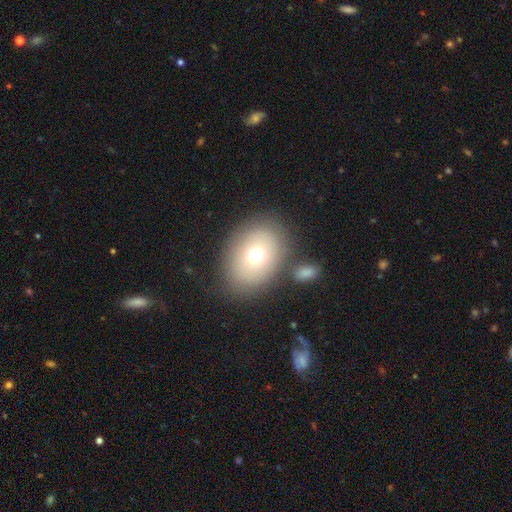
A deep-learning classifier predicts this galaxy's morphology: A smooth galaxy with no disk features (71%) that is in between round and cigar-shaped (62%). Merging: none (73%).